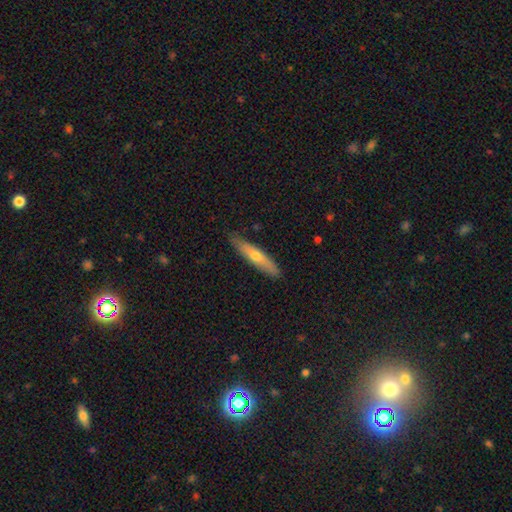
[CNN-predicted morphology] Smooth or featured? smooth (56%)
How rounded? cigar-shaped (86%)
Merging? none (86%)